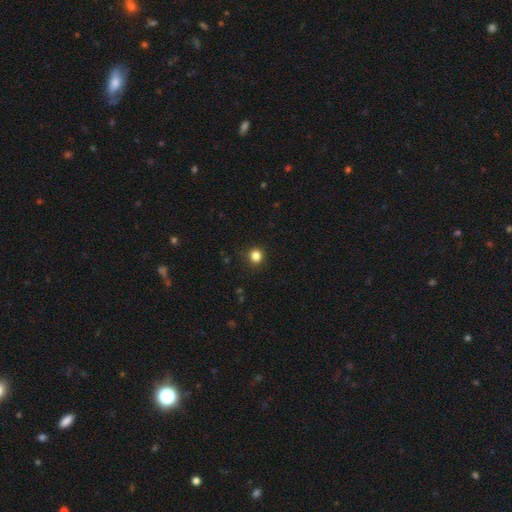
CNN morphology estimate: smooth 84%, star or artifact 13%, featured or disk 4%. Down the decision tree: how rounded — round (89%); merging — none (89%).